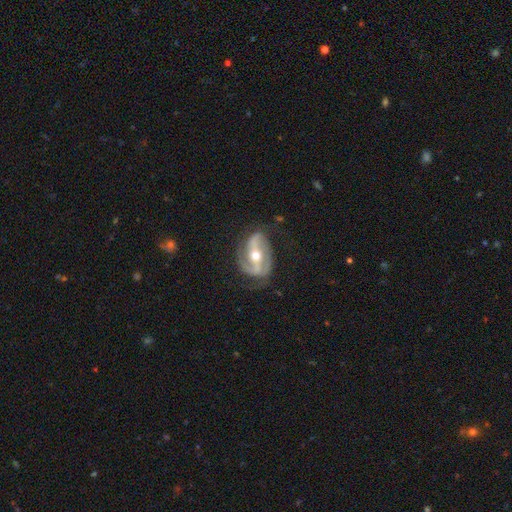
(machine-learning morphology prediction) Smooth or featured? Predicted: featured or disk (p=0.88). Edge-on disk? Predicted: no (p=0.95). Bar? Predicted: strong (p=0.56). Spiral arms? Predicted: yes (p=0.94). Spiral winding? Predicted: medium (p=0.44). Spiral arm count? Predicted: 2 (p=0.83). Bulge size? Predicted: moderate (p=0.60). Merging? Predicted: none (p=0.68).